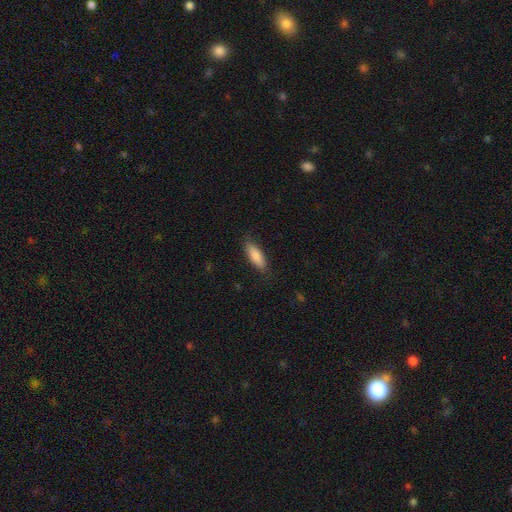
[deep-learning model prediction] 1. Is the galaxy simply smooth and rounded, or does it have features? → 85% smooth, 9% featured or disk, 6% star or artifact.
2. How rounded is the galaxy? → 65% in between, 34% cigar-shaped, 2% round.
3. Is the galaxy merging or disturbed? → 84% none, 13% minor disturbance, 3% major disturbance, 1% merger.